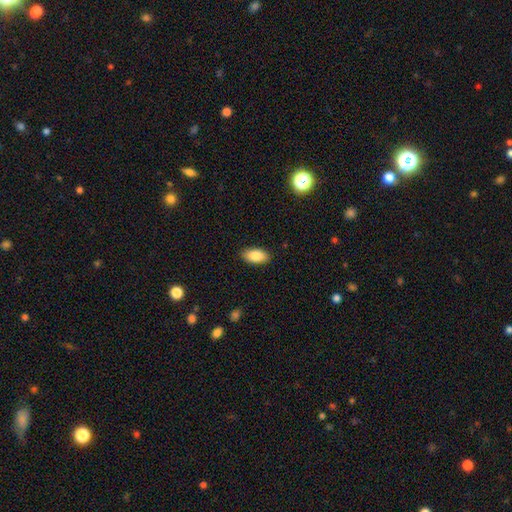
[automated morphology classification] Smooth or featured? smooth (87%)
How rounded? in between (93%)
Merging? none (88%)